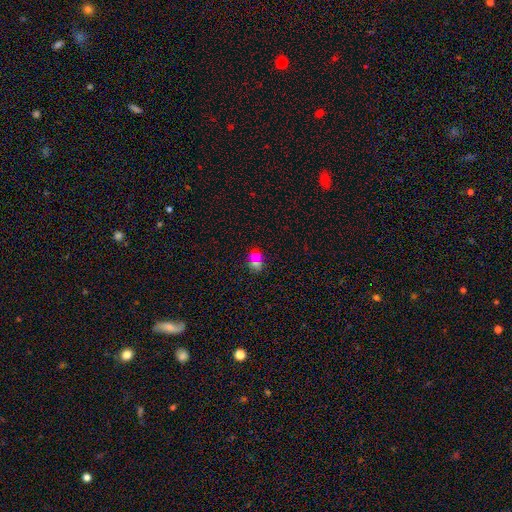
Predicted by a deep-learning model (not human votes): smooth 64%, star or artifact 25%, featured or disk 12%. Down the decision tree: how rounded — round (55%); merging — none (68%).